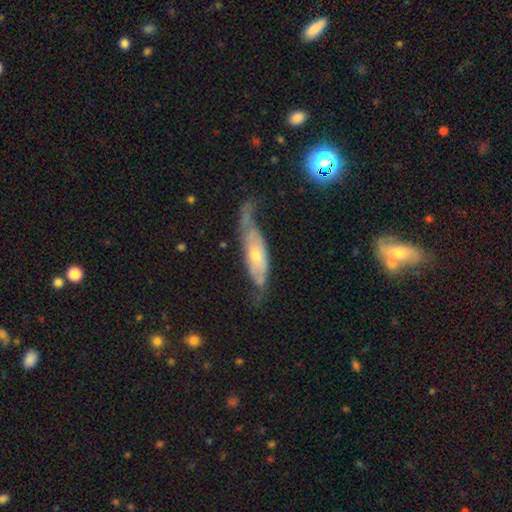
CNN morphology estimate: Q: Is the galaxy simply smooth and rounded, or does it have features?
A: featured or disk — 62%.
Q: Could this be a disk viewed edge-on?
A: no — 65%.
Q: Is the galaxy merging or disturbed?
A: none — 40%.